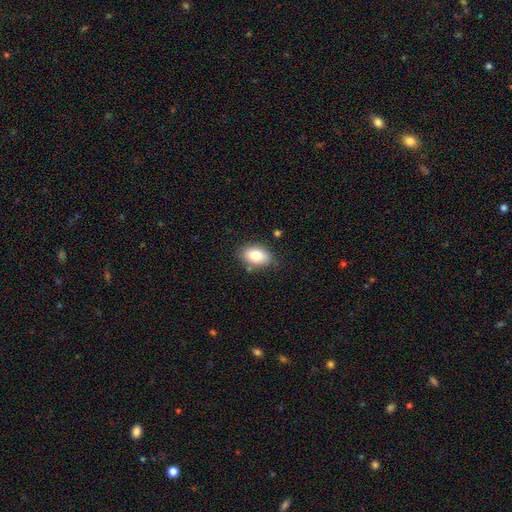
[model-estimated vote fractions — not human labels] Smooth or featured? Predicted: smooth (p=0.82). How rounded? Predicted: in between (p=0.87). Merging? Predicted: none (p=0.80).